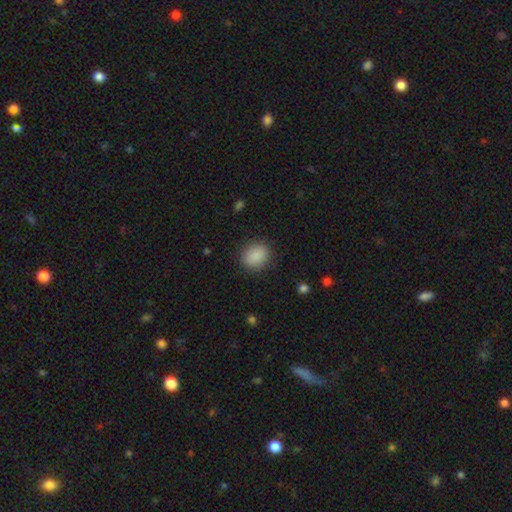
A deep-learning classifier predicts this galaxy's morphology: smooth 88%, star or artifact 8%, featured or disk 4%. Down the decision tree: how rounded — round (62%); merging — none (87%).